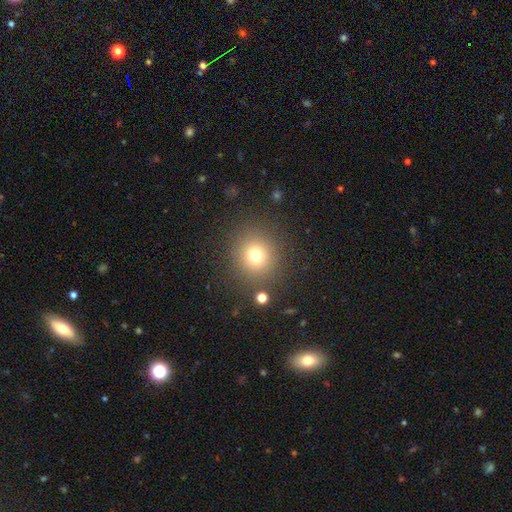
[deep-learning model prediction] Smooth or featured?
  - smooth: 74% *
  - star or artifact: 17%
  - featured or disk: 9%
How rounded?
  - round: 91% *
  - in between: 8%
  - cigar-shaped: 1%
Merging?
  - none: 86% *
  - minor disturbance: 7%
  - major disturbance: 4%
  - merger: 3%